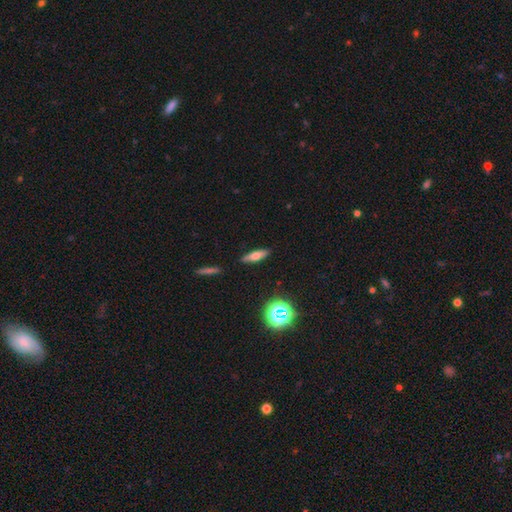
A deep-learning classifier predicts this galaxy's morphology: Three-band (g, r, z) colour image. It shows a smooth galaxy with no disk features (62%) that is cigar-shaped (53%). Merging: none (88%).